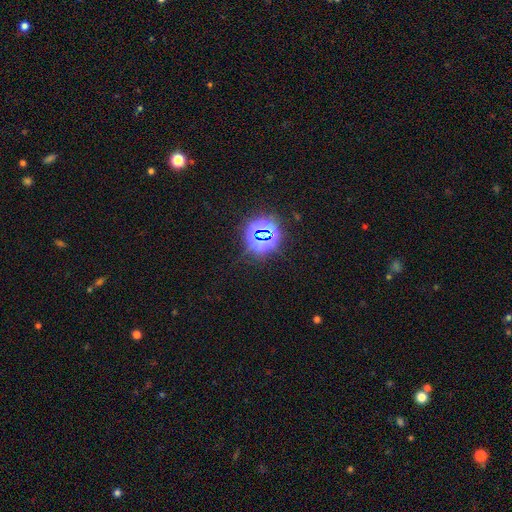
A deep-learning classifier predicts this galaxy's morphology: Smooth or featured? Predicted: star or artifact (p=0.79).